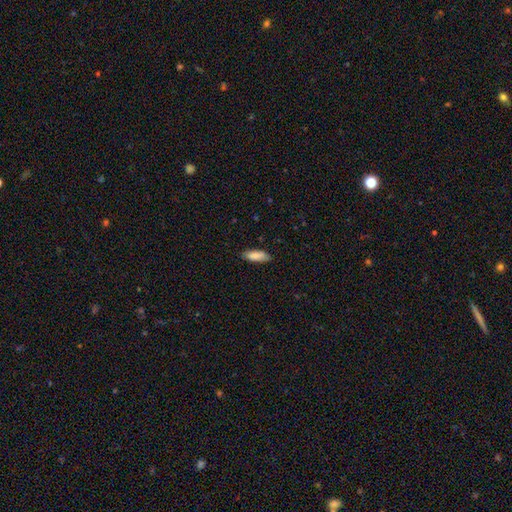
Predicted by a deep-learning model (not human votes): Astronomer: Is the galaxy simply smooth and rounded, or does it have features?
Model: smooth — 87%.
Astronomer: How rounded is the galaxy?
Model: in between — 64%.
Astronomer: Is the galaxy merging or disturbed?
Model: none — 82%.